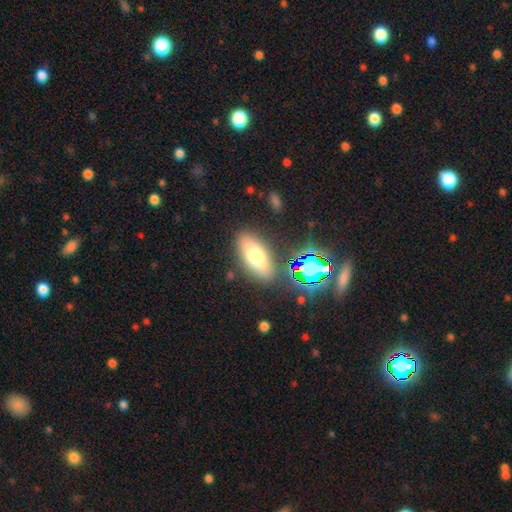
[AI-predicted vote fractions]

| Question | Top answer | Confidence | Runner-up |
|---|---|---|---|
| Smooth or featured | smooth | 68% | featured or disk (20%) |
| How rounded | in between | 82% | cigar-shaped (13%) |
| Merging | none | 84% | minor disturbance (9%) |